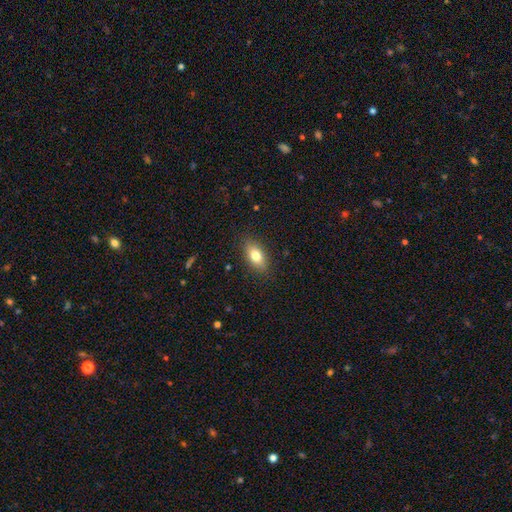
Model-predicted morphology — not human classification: smooth_or_featured: smooth (p=0.78) [alt: featured or disk p=0.14]
how_rounded: in between (p=0.87) [alt: cigar-shaped p=0.07]
merging: none (p=0.86) [alt: minor disturbance p=0.10]